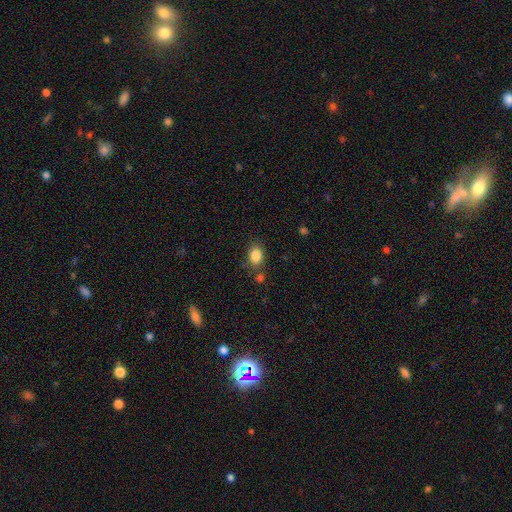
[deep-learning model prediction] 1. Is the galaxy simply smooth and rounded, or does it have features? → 86% smooth, 9% star or artifact, 5% featured or disk.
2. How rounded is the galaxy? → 69% in between, 30% round, 1% cigar-shaped.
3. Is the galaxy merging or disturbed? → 77% none, 13% minor disturbance, 7% merger, 4% major disturbance.